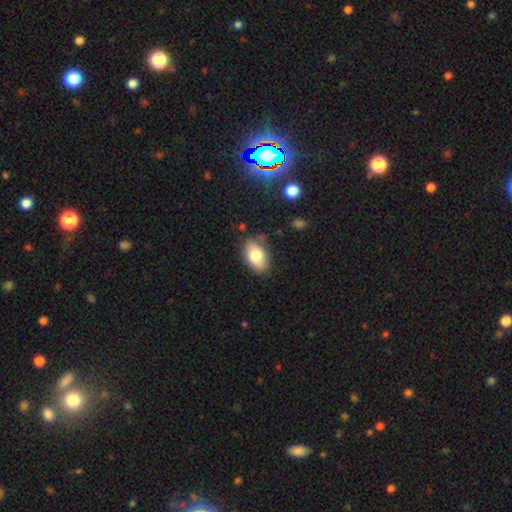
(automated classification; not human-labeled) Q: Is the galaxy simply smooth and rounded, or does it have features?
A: smooth — 79%.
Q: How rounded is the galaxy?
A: in between — 91%.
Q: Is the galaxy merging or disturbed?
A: none — 79%.